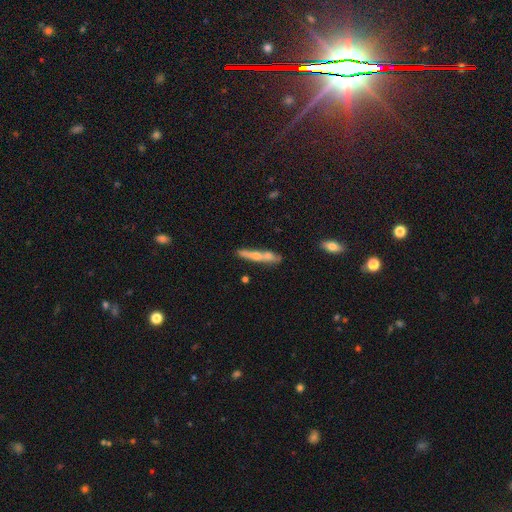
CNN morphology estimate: featured or disk 49%, smooth 44%, star or artifact 8%. Down the decision tree: merging — none (60%).